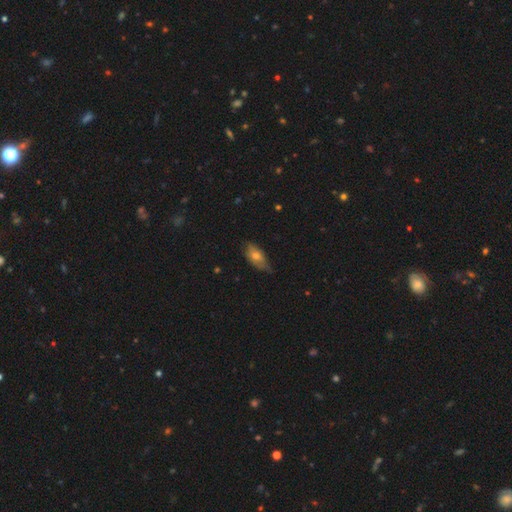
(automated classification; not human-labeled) smooth 59%, featured or disk 32%, star or artifact 9%. Down the decision tree: how rounded — in between (83%); merging — none (56%).